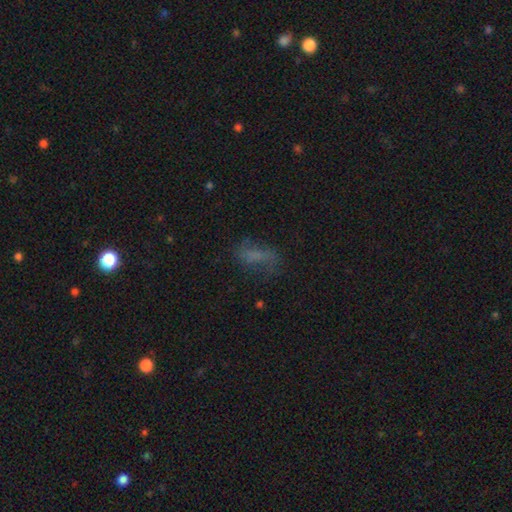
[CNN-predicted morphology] smooth_or_featured: smooth (p=0.52) [alt: featured or disk p=0.29]
how_rounded: in between (p=0.70) [alt: cigar-shaped p=0.23]
merging: none (p=0.55) [alt: minor disturbance p=0.23]